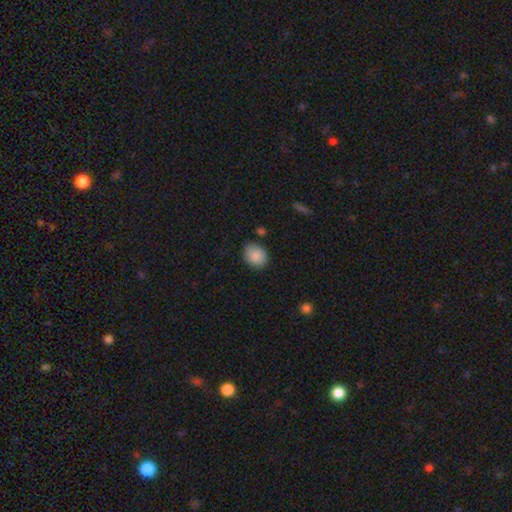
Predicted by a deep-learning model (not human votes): The model was most divided on "how rounded": round: 53%, in between: 46%, cigar-shaped: 1%. More confident: smooth or featured — smooth (88%); merging — none (79%).